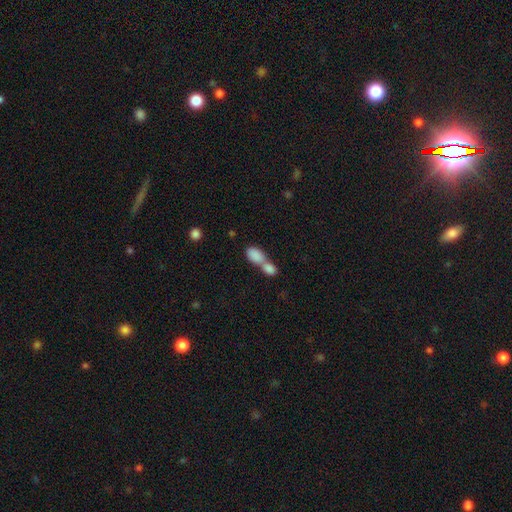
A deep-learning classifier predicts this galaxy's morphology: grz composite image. It shows a smooth galaxy with no disk features (85%) that is in between round and cigar-shaped (88%). Merging: merger (72%).